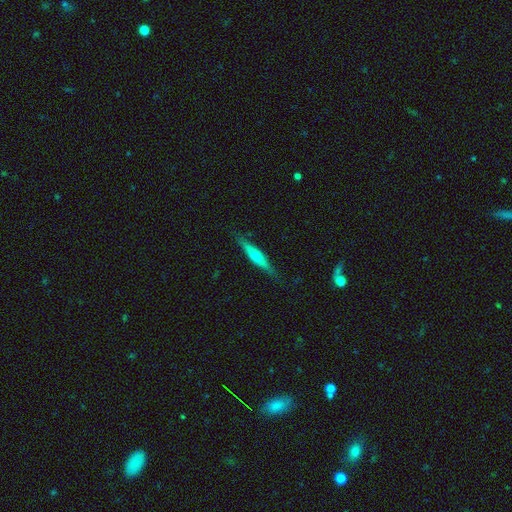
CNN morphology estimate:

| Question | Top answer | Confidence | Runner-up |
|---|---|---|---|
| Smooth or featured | featured or disk | 62% | smooth (32%) |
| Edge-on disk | yes | 95% | no (5%) |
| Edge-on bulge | rounded | 87% | none (7%) |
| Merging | none | 86% | minor disturbance (11%) |